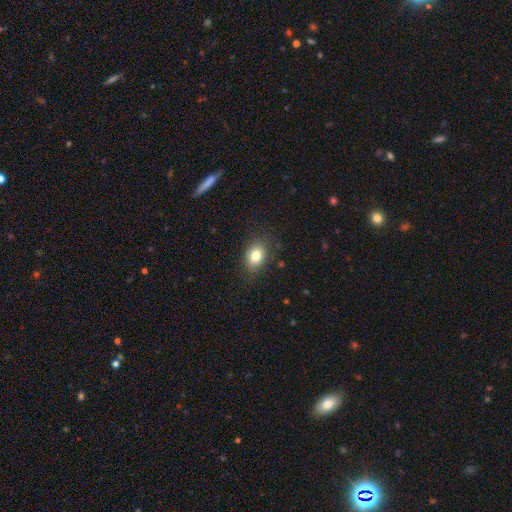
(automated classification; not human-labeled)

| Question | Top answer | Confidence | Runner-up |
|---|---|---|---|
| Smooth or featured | smooth | 79% | featured or disk (11%) |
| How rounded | in between | 66% | round (33%) |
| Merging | none | 81% | minor disturbance (14%) |